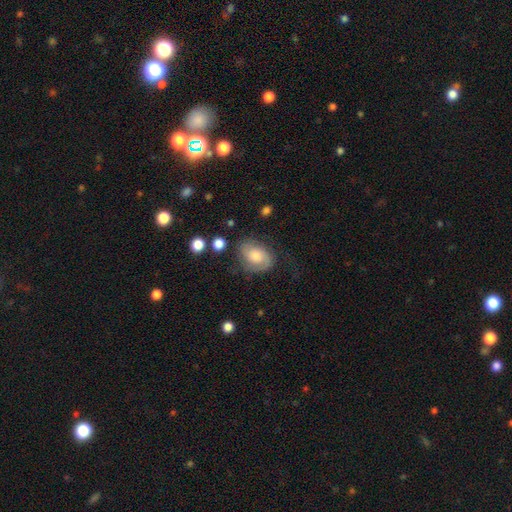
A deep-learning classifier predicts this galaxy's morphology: Q: Smooth or featured?
A: featured or disk (51%); runner-up: smooth (40%)
Q: Edge-on disk?
A: no (96%); runner-up: yes (4%)
Q: Merging?
A: none (64%); runner-up: minor disturbance (22%)